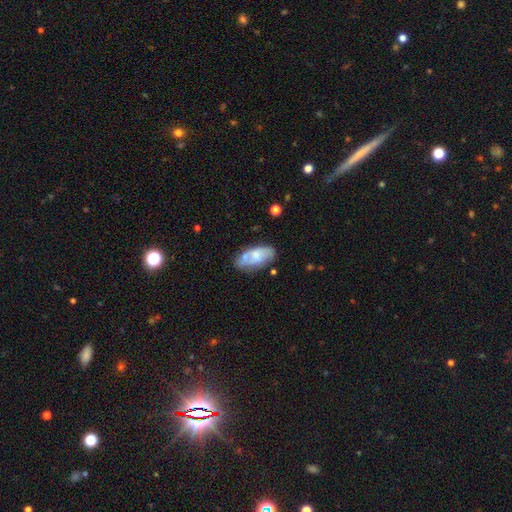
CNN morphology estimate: smooth_or_featured: smooth (p=0.55) [alt: featured or disk p=0.38]
how_rounded: in between (p=0.91) [alt: cigar-shaped p=0.06]
merging: none (p=0.55) [alt: minor disturbance p=0.25]